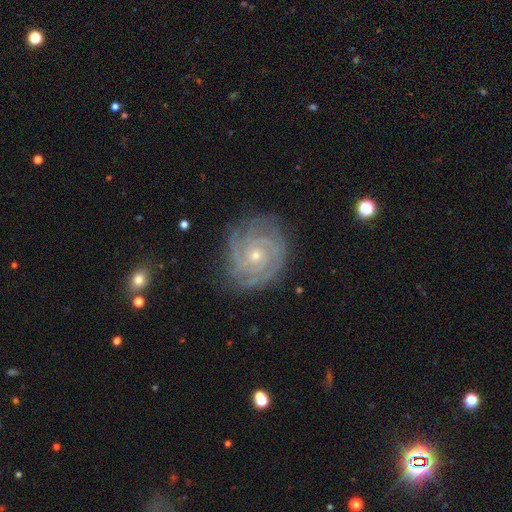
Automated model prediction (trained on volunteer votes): Overall: featured or disk (89%). Edge-on disk: no (98%). Bar: no (76%). Spiral arms: yes (98%). Spiral arm count: 3 (28%; 4 22%). Spiral winding: tight (82%). Bulge size: small (70%). Merging: none (79%).